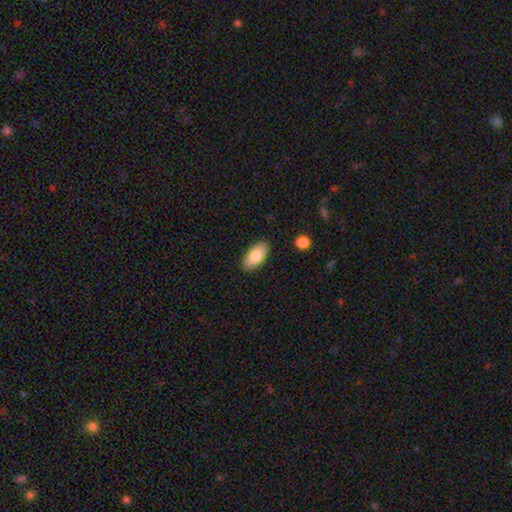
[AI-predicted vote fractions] Smooth or featured? Predicted: smooth (p=0.84). How rounded? Predicted: in between (p=0.93). Merging? Predicted: none (p=0.85).